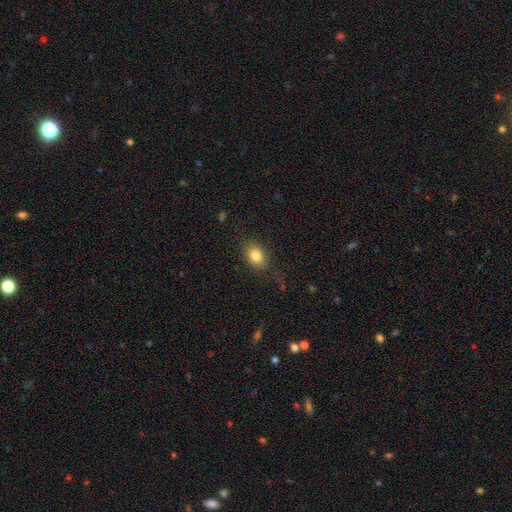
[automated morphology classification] smooth 83%, star or artifact 9%, featured or disk 8%. Down the decision tree: how rounded — in between (72%); merging — none (79%).